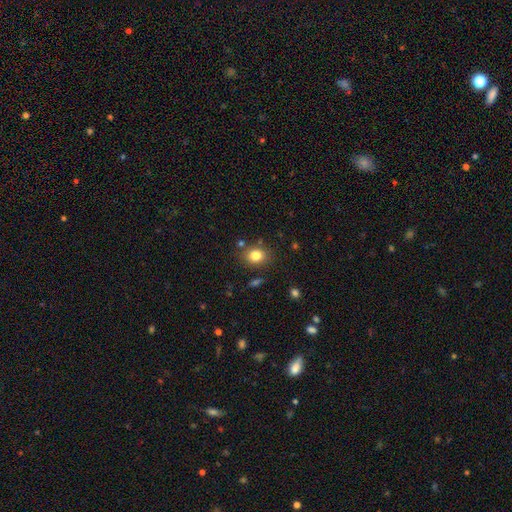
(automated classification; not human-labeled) Smooth or featured: smooth — 82% (star or artifact — 11%)
How rounded: round — 60% (in between — 39%)
Merging: none — 81% (minor disturbance — 11%)